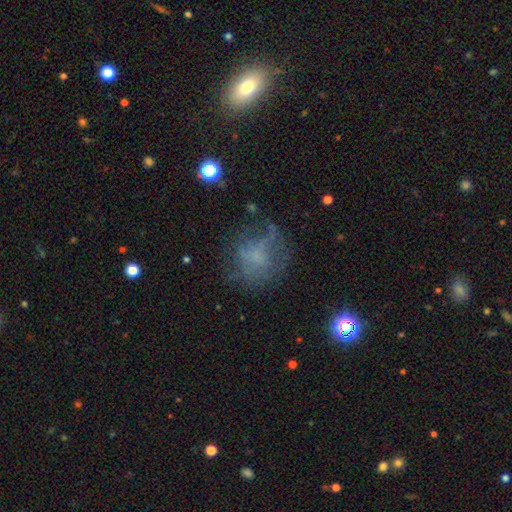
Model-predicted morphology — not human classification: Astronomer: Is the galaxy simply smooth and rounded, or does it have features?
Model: smooth — 41% (runner-up: featured or disk, 36%).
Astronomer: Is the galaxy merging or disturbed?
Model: none — 54%.